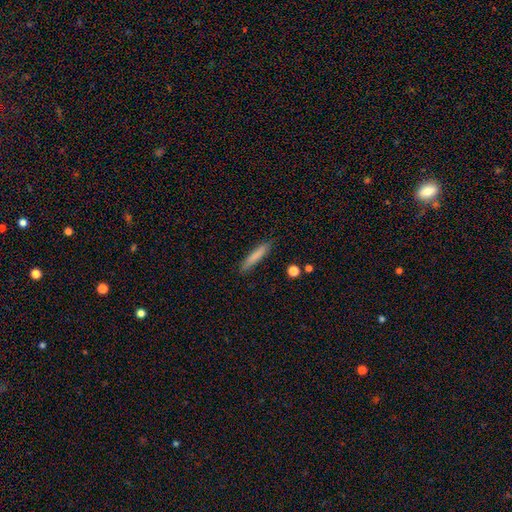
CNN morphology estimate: A smooth galaxy with no disk features (80%) that is cigar-shaped (91%). Merging: none (88%).